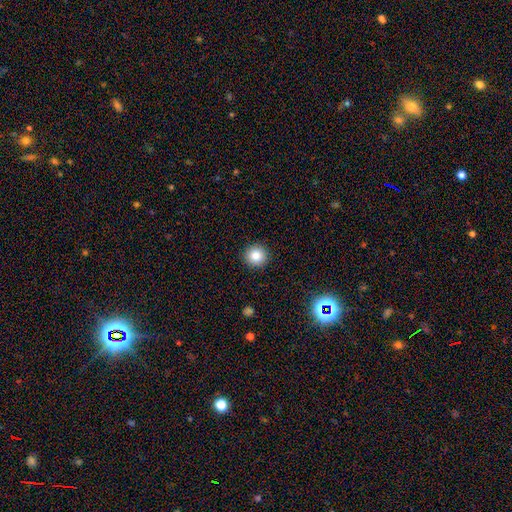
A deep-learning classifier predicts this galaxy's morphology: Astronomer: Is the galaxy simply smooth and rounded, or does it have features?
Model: smooth — 83%.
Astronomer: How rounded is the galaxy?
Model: round — 95%.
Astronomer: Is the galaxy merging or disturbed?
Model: none — 92%.